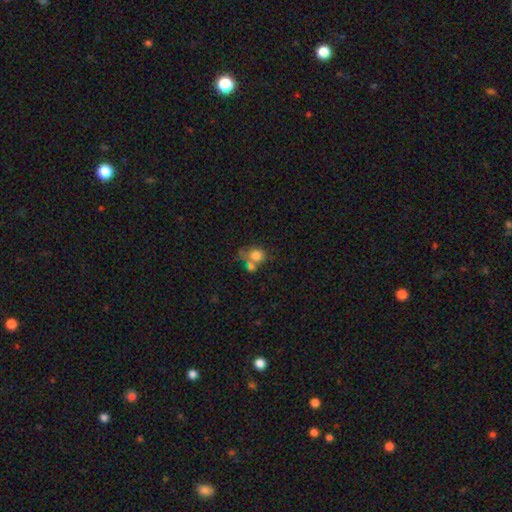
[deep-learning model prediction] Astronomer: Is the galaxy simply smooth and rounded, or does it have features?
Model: smooth — 77%.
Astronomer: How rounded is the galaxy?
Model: round — 65%.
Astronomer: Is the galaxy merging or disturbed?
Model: none — 39% (runner-up: merger, 38%).